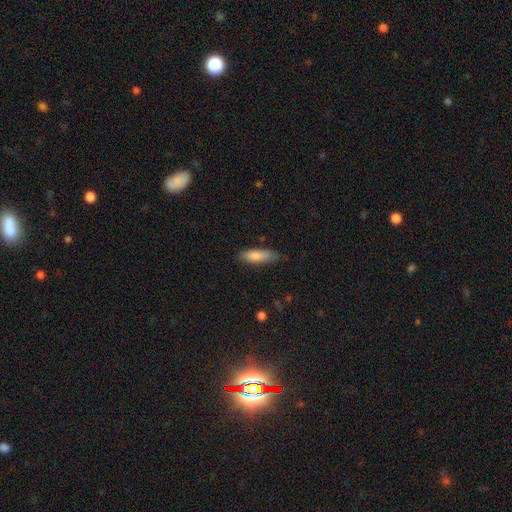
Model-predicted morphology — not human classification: This appears to be a smooth galaxy with no disk features (82%) that is in between round and cigar-shaped (51%). Merging: none (70%).